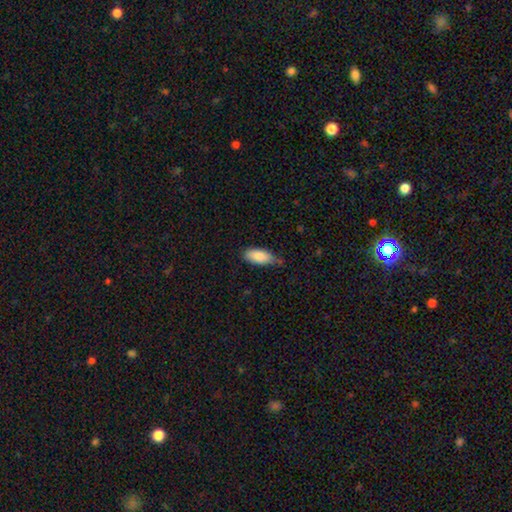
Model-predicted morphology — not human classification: This appears to be a smooth galaxy with no disk features (85%) that is in between round and cigar-shaped (88%). Merging: none (57%).